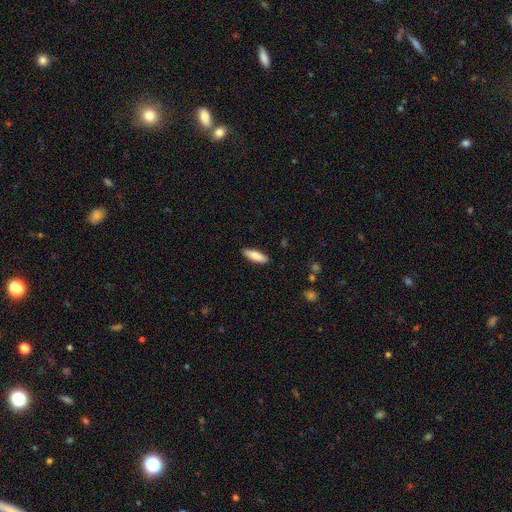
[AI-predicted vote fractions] This is clearly a smooth galaxy (84%). How rounded: possibly in between (51%). Merging: clearly none (89%).